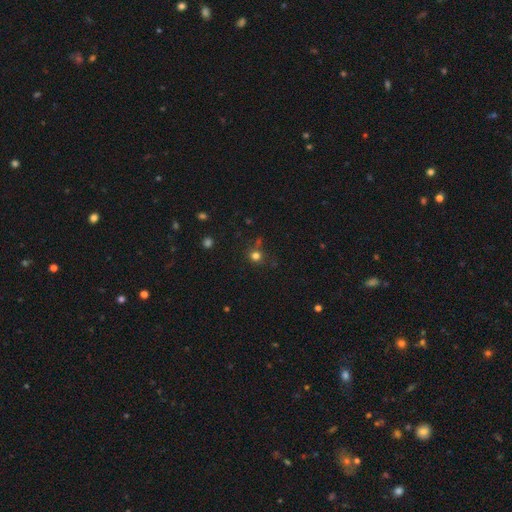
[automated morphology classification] type=smooth (75%); roundness=round (89%); merging=none (75%).